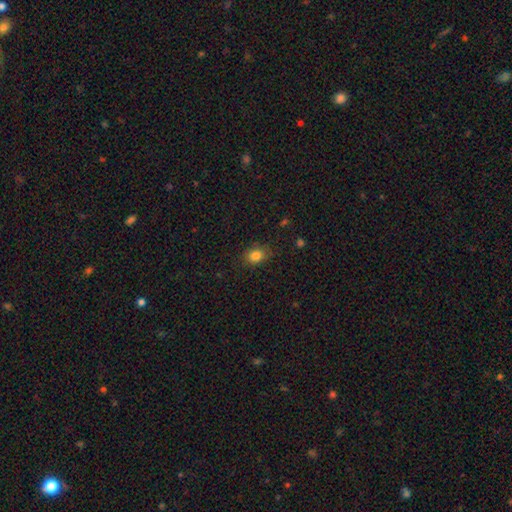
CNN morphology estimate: A smooth galaxy with no disk features (83%) that is in between round and cigar-shaped (58%).

Vote fractions:
- Smooth or featured? smooth: 83% / star or artifact: 11% / featured or disk: 6%
- How rounded? in between: 58% / round: 40% / cigar-shaped: 1%
- Merging? none: 80% / minor disturbance: 15% / major disturbance: 4% / merger: 1%